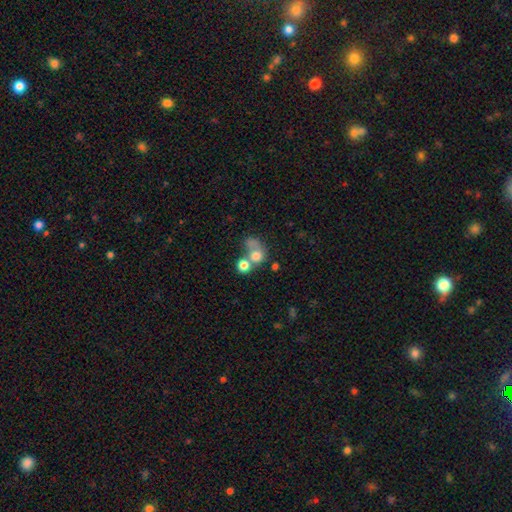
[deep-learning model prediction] A smooth galaxy with no disk features (70%) that is round (67%). Merging: merger (52%).